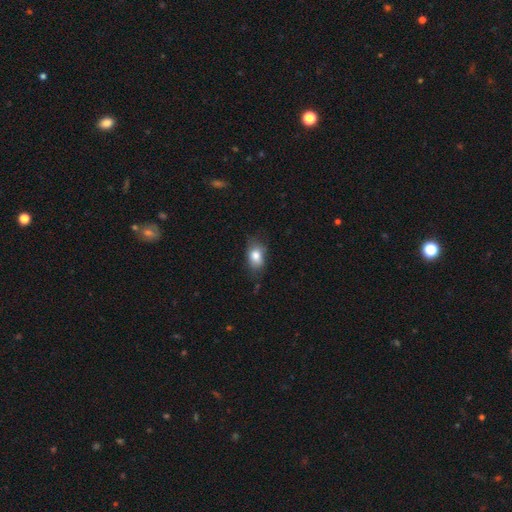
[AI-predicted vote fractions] A smooth galaxy with no disk features (81%) that is in between round and cigar-shaped (81%). Merging: none (66%).